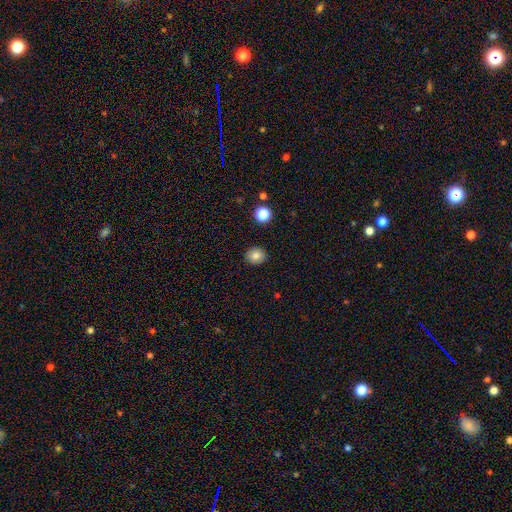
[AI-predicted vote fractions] Q: Smooth or featured?
A: smooth (82%); runner-up: star or artifact (11%)
Q: How rounded?
A: round (84%); runner-up: in between (15%)
Q: Merging?
A: none (90%); runner-up: minor disturbance (6%)